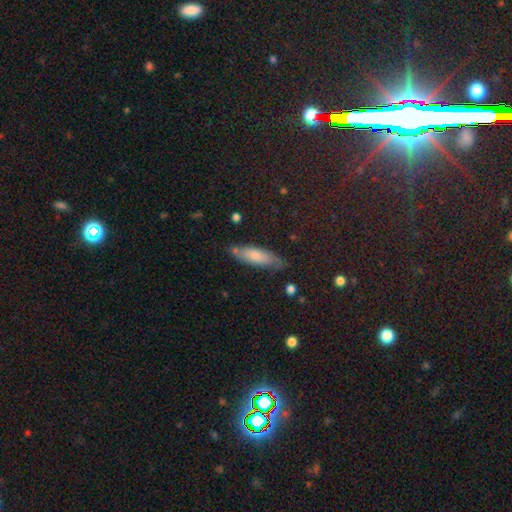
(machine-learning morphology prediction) This is likely a smooth galaxy (72%). How rounded: possibly in between (55%). Merging: likely none (68%).